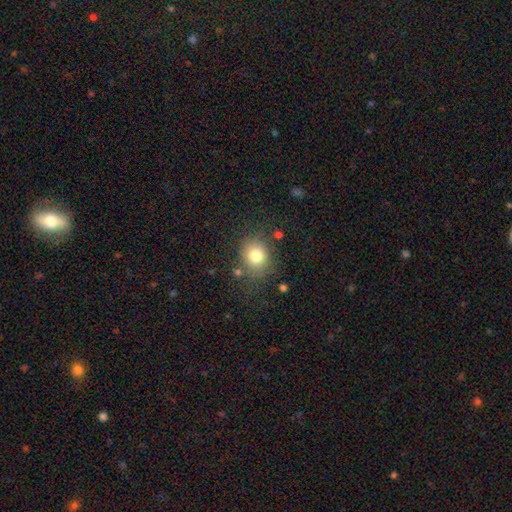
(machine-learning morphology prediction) smooth_or_featured: smooth (p=0.79) [alt: star or artifact p=0.11]
how_rounded: round (p=0.70) [alt: in between p=0.29]
merging: none (p=0.75) [alt: minor disturbance p=0.14]